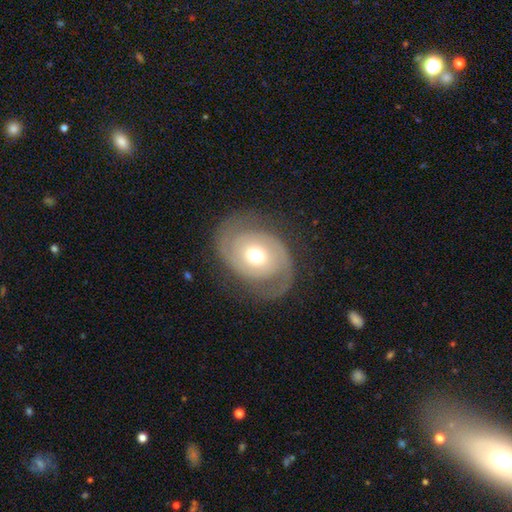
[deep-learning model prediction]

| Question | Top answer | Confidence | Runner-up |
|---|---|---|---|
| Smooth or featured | featured or disk | 82% | smooth (13%) |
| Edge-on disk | no | 97% | yes (3%) |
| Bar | no | 71% | weak (22%) |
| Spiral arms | yes | 91% | no (9%) |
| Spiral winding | tight | 42% | medium (41%) |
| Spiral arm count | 2 | 90% | can't tell (4%) |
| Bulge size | moderate | 70% | small (16%) |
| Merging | none | 77% | minor disturbance (13%) |